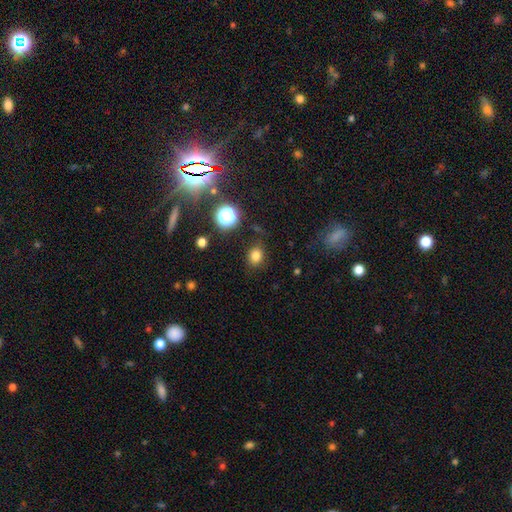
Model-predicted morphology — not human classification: smooth 79%, star or artifact 15%, featured or disk 6%. Down the decision tree: how rounded — round (59%); merging — none (83%).